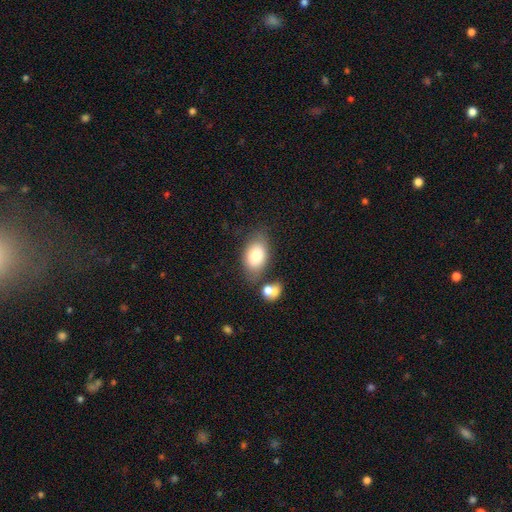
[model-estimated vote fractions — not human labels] Q: Smooth or featured?
A: smooth (80%); runner-up: featured or disk (13%)
Q: How rounded?
A: in between (88%); runner-up: round (10%)
Q: Merging?
A: none (61%); runner-up: minor disturbance (19%)